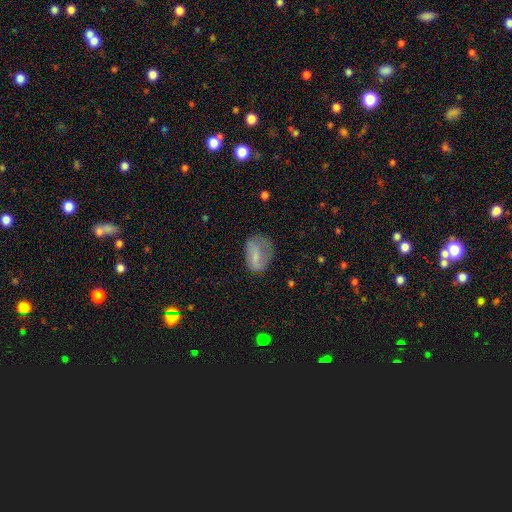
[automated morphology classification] Q: Smooth or featured?
A: smooth (61%); runner-up: featured or disk (30%)
Q: How rounded?
A: in between (80%); runner-up: round (18%)
Q: Merging?
A: none (43%); runner-up: minor disturbance (31%)